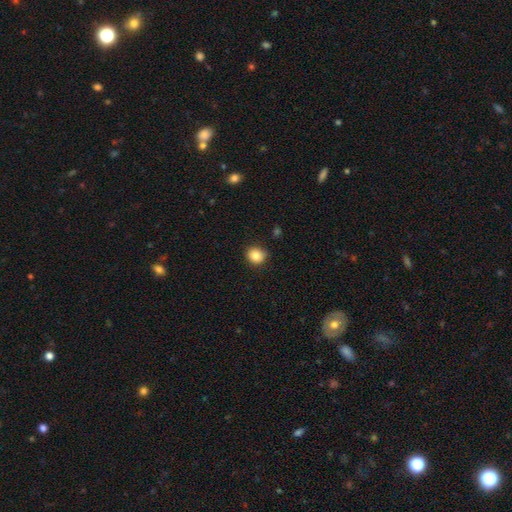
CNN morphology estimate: Overall: smooth (84%). How rounded: round (80%). Merging: none (83%).